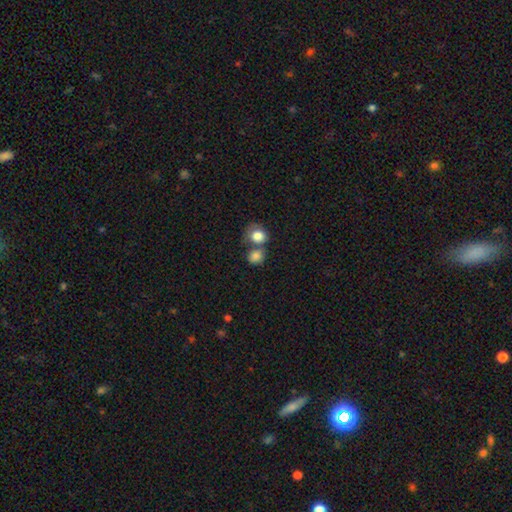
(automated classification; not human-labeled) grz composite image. It shows a smooth galaxy with no disk features (83%) that is round (76%). Merging: merger (46%).